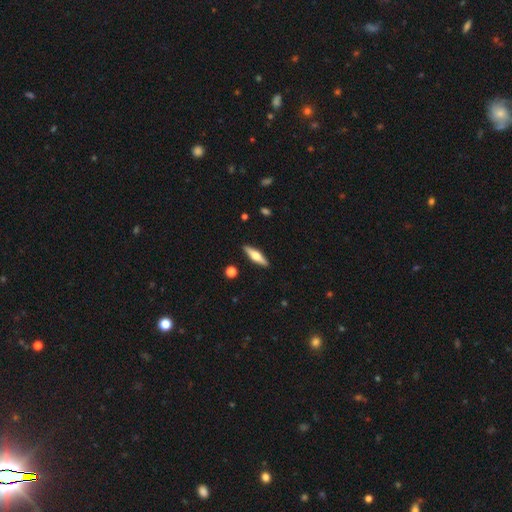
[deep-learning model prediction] Smooth or featured? Predicted: featured or disk (p=0.52). Edge-on disk? Predicted: yes (p=0.94). Merging? Predicted: none (p=0.90).